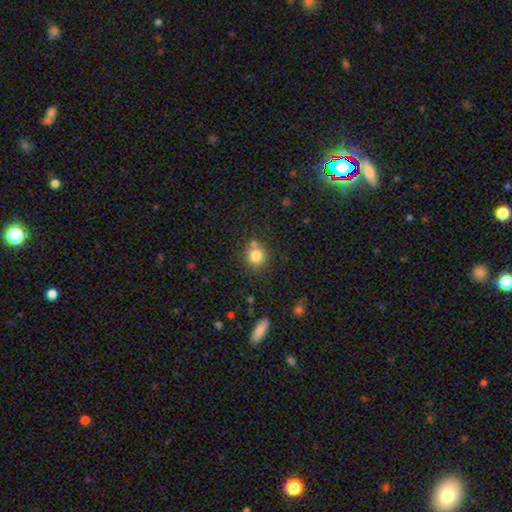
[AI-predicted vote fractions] Q: Smooth or featured?
A: smooth (80%); runner-up: star or artifact (12%)
Q: How rounded?
A: round (87%); runner-up: in between (12%)
Q: Merging?
A: none (69%); runner-up: merger (16%)